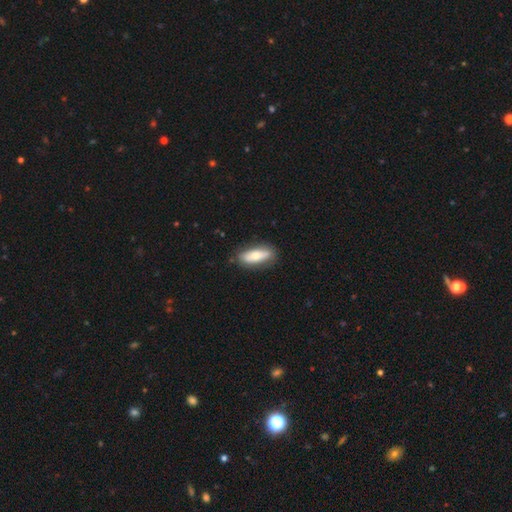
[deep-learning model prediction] This appears to be a smooth galaxy with no disk features (67%) that is in between round and cigar-shaped (64%). Merging: none (83%).